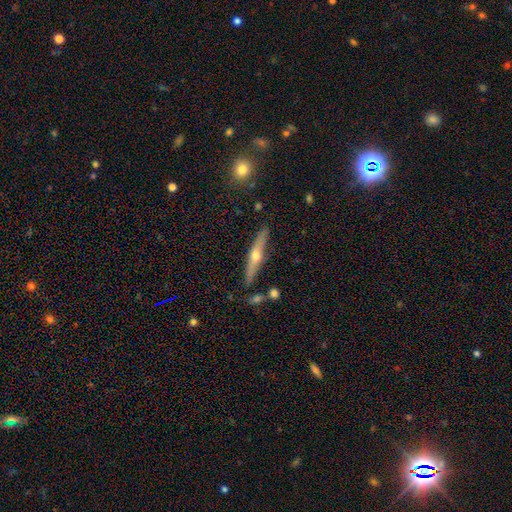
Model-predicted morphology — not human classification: This is likely a featured or disk galaxy (68%). It is clearly viewed edge-on (95%). Edge-on bulge: clearly rounded (92%). Merging: clearly none (87%).